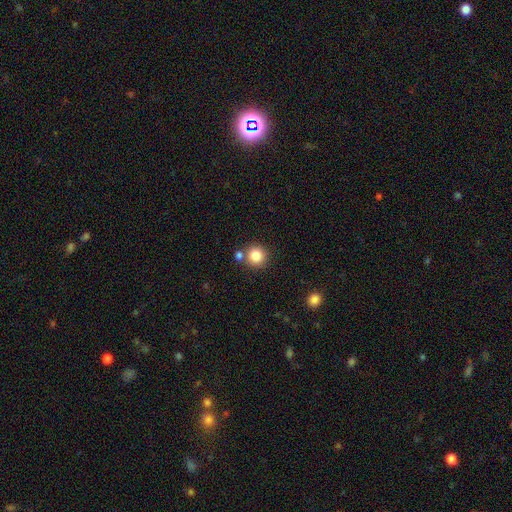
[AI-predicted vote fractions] The model was most divided on "merging": none: 74%, merger: 15%, minor disturbance: 8%, major disturbance: 3%. More confident: how rounded — round (92%); smooth or featured — smooth (84%).